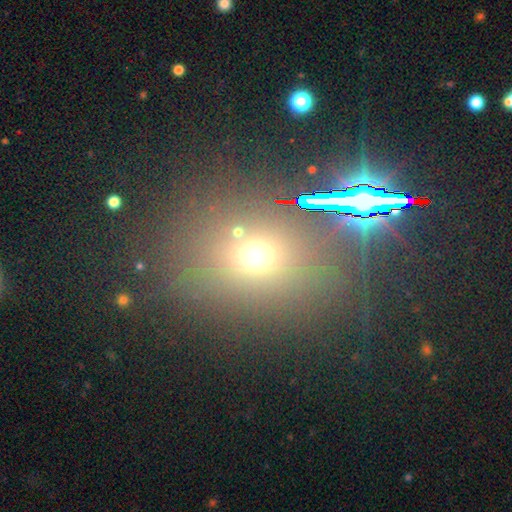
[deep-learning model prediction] Smooth or featured? Predicted: smooth (p=0.54). How rounded? Predicted: round (p=0.60). Merging? Predicted: none (p=0.78).